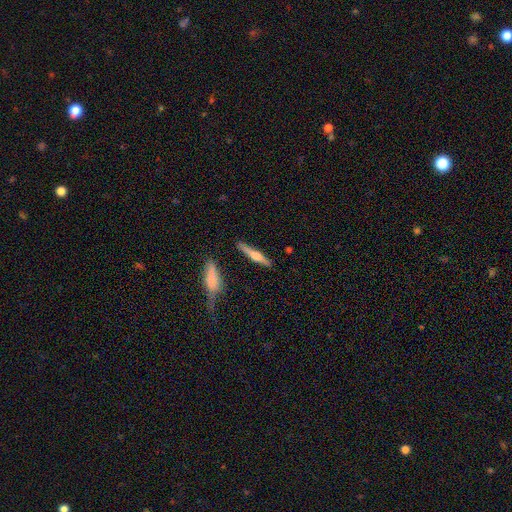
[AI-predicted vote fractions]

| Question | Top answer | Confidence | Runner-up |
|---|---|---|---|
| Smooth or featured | featured or disk | 53% | smooth (41%) |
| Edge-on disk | yes | 96% | no (4%) |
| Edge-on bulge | rounded | 85% | boxy (9%) |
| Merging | none | 83% | minor disturbance (11%) |